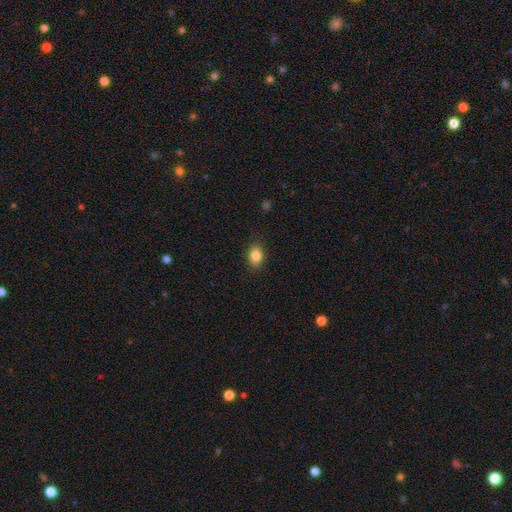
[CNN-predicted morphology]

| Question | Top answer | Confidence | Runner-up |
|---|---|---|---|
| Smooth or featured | smooth | 84% | star or artifact (9%) |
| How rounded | in between | 73% | round (26%) |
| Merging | none | 86% | minor disturbance (10%) |